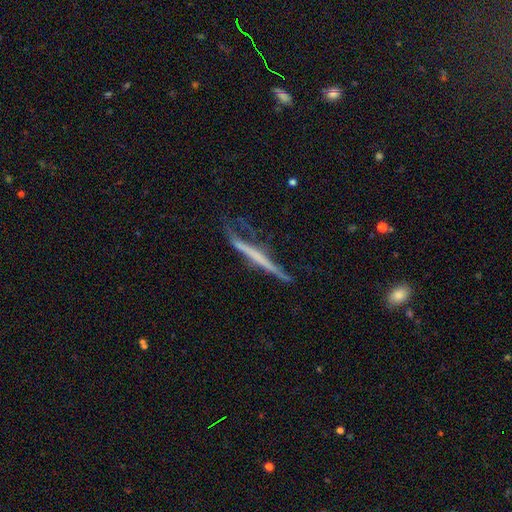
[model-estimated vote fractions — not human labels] Q: Smooth or featured?
A: featured or disk (60%); runner-up: smooth (33%)
Q: Edge-on disk?
A: yes (89%); runner-up: no (11%)
Q: Edge-on bulge?
A: none (79%); runner-up: rounded (11%)
Q: Merging?
A: none (48%); runner-up: minor disturbance (27%)